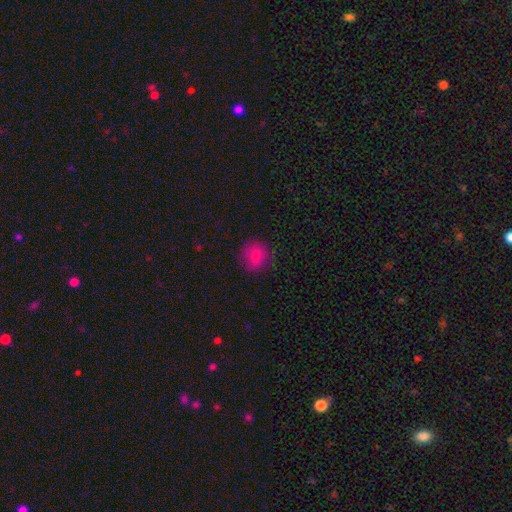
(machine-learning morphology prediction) Smooth or featured: smooth — 81% (star or artifact — 10%)
How rounded: round — 85% (in between — 14%)
Merging: none — 78% (minor disturbance — 16%)